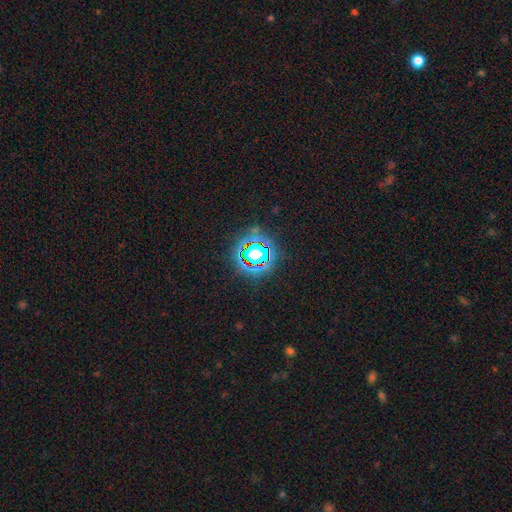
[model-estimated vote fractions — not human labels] Overall: star or artifact (79%).